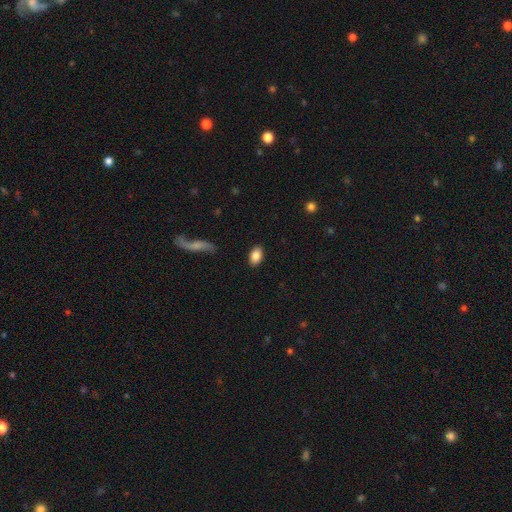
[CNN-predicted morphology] This appears to be a smooth galaxy with no disk features (85%) that is in between round and cigar-shaped (90%). Merging: none (88%).